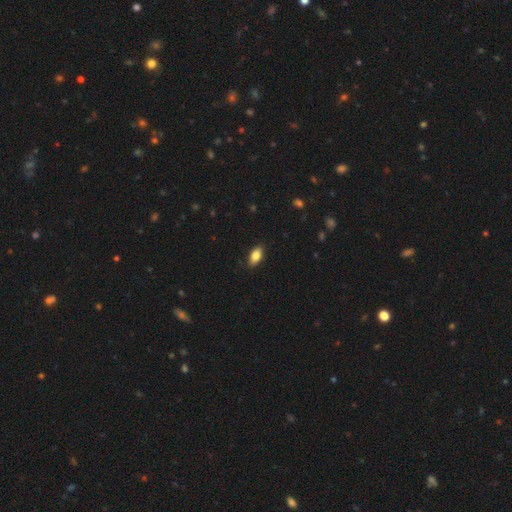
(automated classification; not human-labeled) This appears to be a smooth galaxy with no disk features (84%) that is in between round and cigar-shaped (91%). Merging: none (87%).